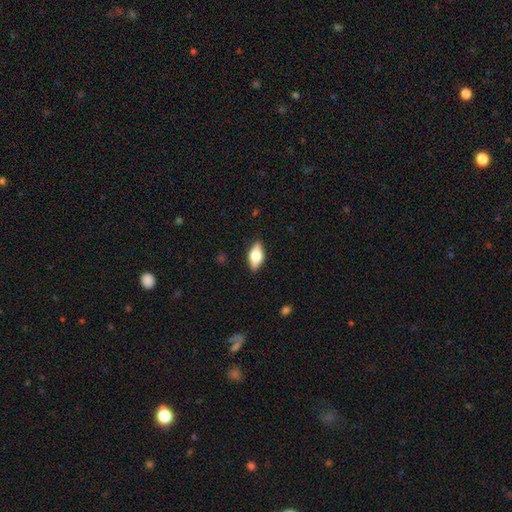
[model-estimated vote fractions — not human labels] Morphology: type=smooth (62%); roundness=in between (83%); merging=none (87%).